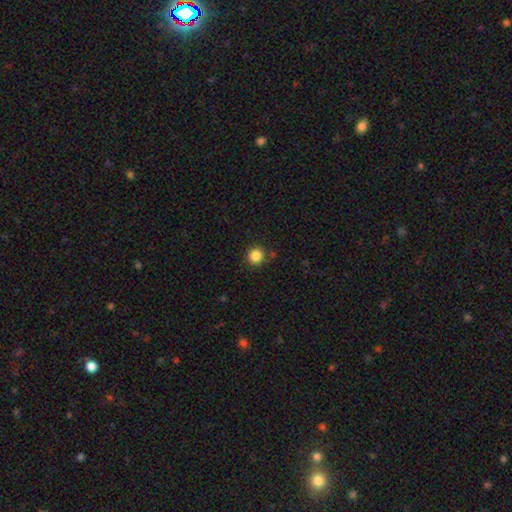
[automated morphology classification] Smooth or featured: smooth — 85% (star or artifact — 11%)
How rounded: round — 93% (in between — 6%)
Merging: none — 88% (minor disturbance — 7%)